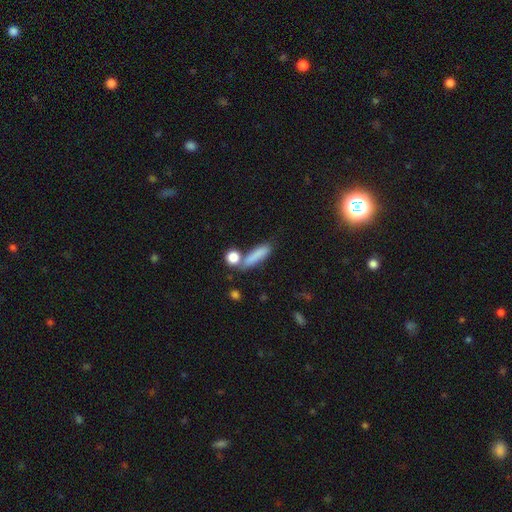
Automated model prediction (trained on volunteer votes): smooth_or_featured: smooth (p=0.82) [alt: featured or disk p=0.10]
how_rounded: cigar-shaped (p=0.61) [alt: in between p=0.31]
merging: none (p=0.62) [alt: merger p=0.17]